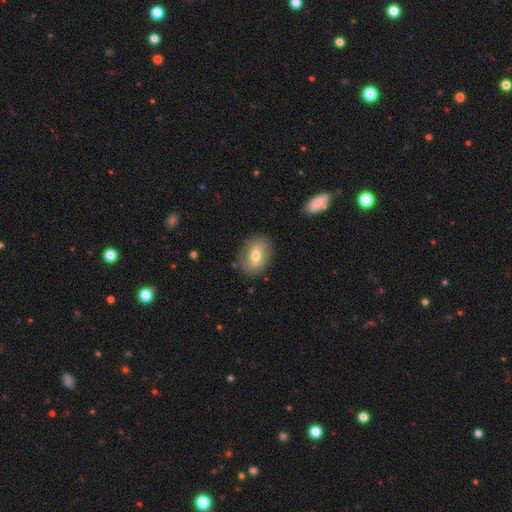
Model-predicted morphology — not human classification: Smooth or featured? Predicted: smooth (p=0.63). How rounded? Predicted: in between (p=0.76). Merging? Predicted: none (p=0.84).